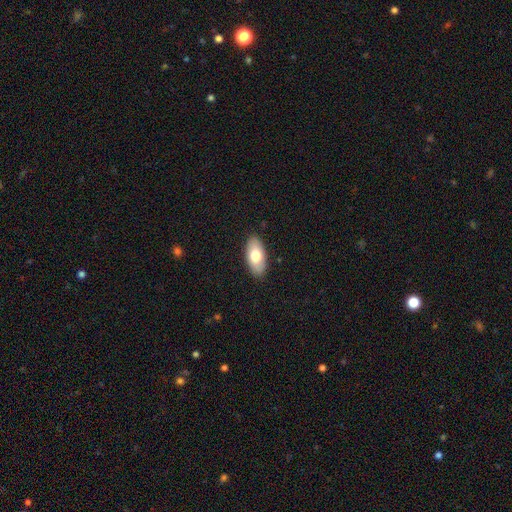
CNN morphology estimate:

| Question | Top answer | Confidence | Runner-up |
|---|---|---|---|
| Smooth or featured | smooth | 73% | featured or disk (21%) |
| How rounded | in between | 93% | cigar-shaped (4%) |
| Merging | none | 88% | minor disturbance (9%) |